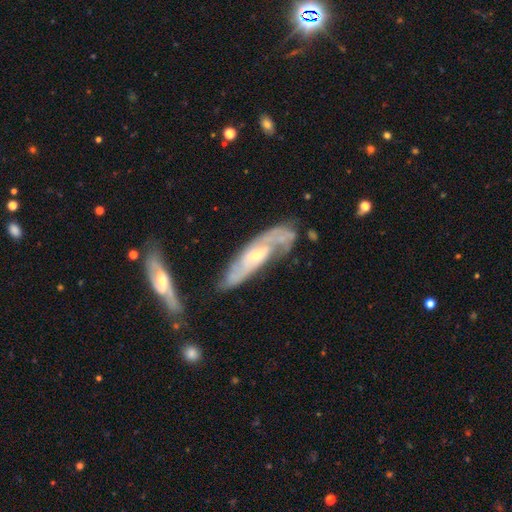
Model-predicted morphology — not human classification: This appears to be a featured or disk galaxy (79%) with no bar (52%), 2 (45%) tight (44%) spiral arms (89%) and a small central bulge (57%). Merging: none (56%).